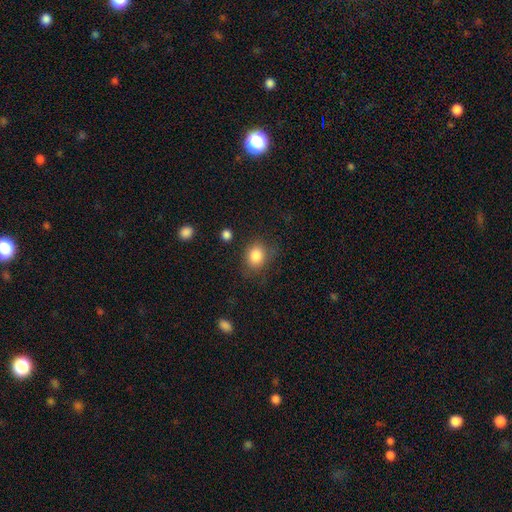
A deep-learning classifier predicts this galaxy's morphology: Overall: smooth (84%). How rounded: round (50%; in between 49%). Merging: none (74%).